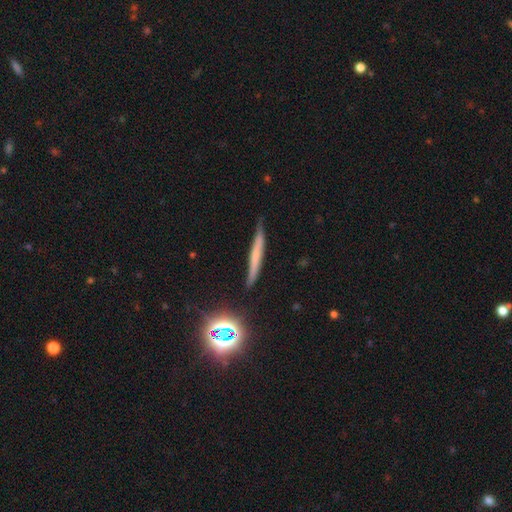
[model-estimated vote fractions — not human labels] Overall: smooth (47%; featured or disk 38%). Merging: none (83%).